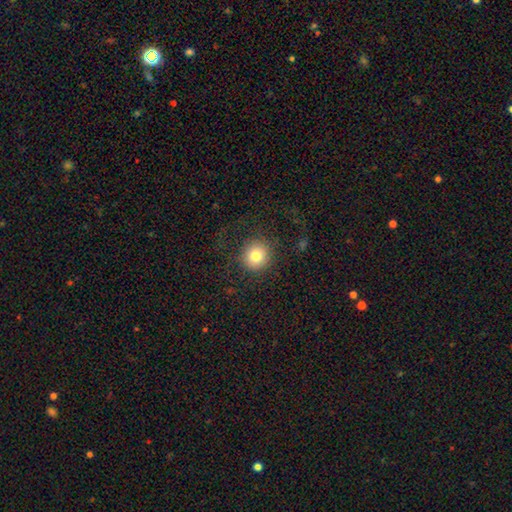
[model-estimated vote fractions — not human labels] Overall: smooth (79%). How rounded: round (92%). Merging: none (85%).